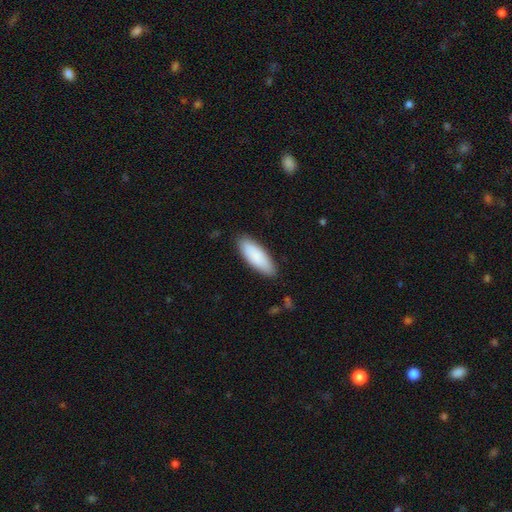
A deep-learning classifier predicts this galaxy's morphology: This appears to be a smooth galaxy with no disk features (88%) that is in between round and cigar-shaped (64%). Merging: none (87%).